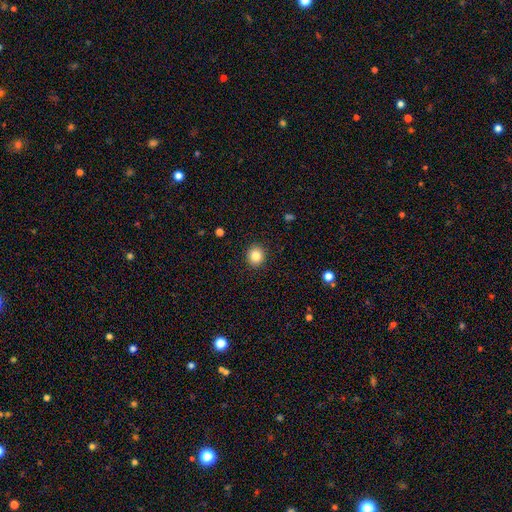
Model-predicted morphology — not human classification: smooth_or_featured: smooth (p=0.85) [alt: star or artifact p=0.10]
how_rounded: round (p=0.83) [alt: in between p=0.16]
merging: none (p=0.91) [alt: minor disturbance p=0.06]